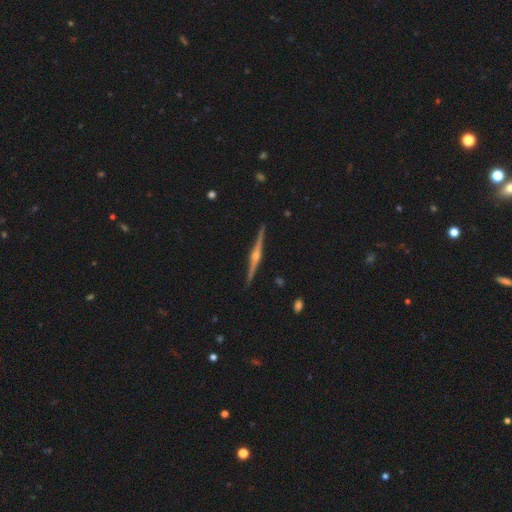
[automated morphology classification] type=featured or disk (88%); edge-on=yes (99%); edge-on bulge=rounded (91%); merging=none (92%).